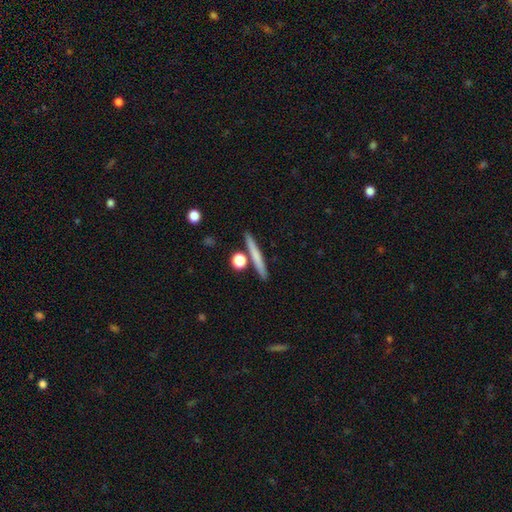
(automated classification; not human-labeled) Overall: smooth (67%; featured or disk 27%). How rounded: cigar-shaped (89%). Merging: none (83%).